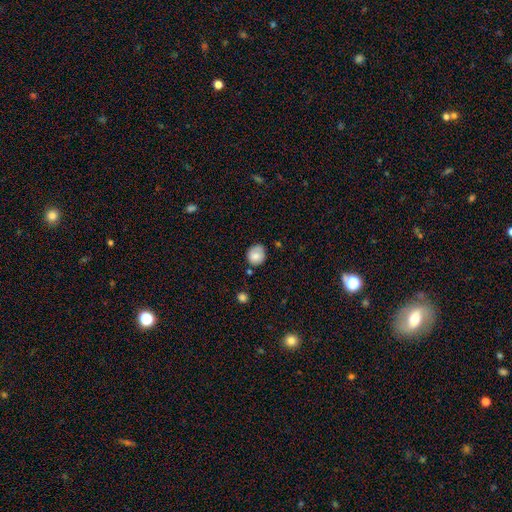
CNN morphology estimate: A smooth galaxy with no disk features (80%) that is round (76%). Merging: none (66%).